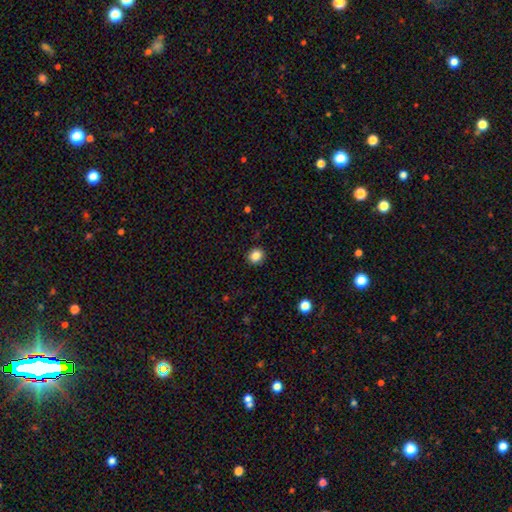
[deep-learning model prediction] Overall: smooth (85%). How rounded: round (81%). Merging: none (91%).